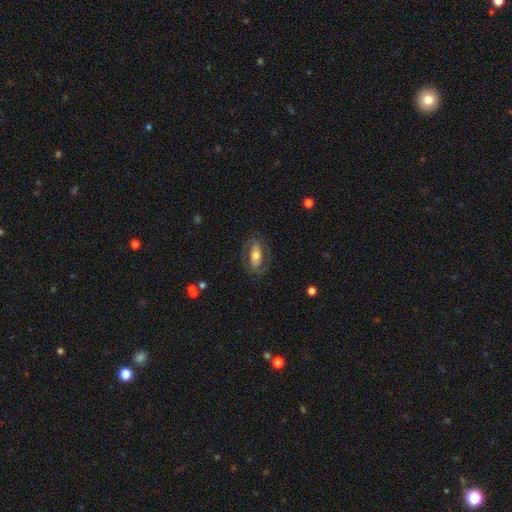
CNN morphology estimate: Smooth or featured? Predicted: featured or disk (p=0.58). Edge-on disk? Predicted: no (p=0.89). Bar? Predicted: no (p=0.44). Spiral arms? Predicted: yes (p=0.64). Bulge size? Predicted: moderate (p=0.61). Merging? Predicted: none (p=0.75).